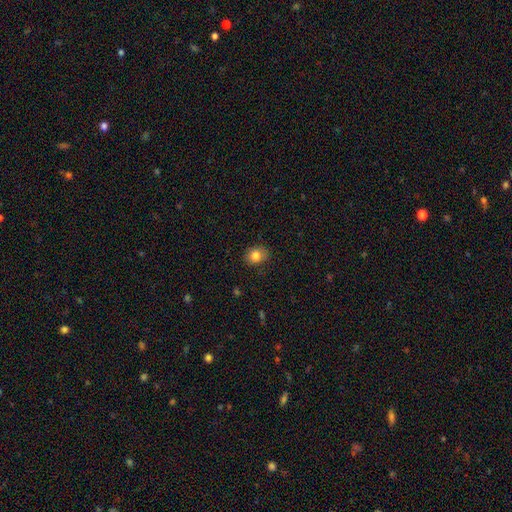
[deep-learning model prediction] This appears to be a smooth galaxy with no disk features (82%) that is in between round and cigar-shaped (54%). Merging: none (83%).